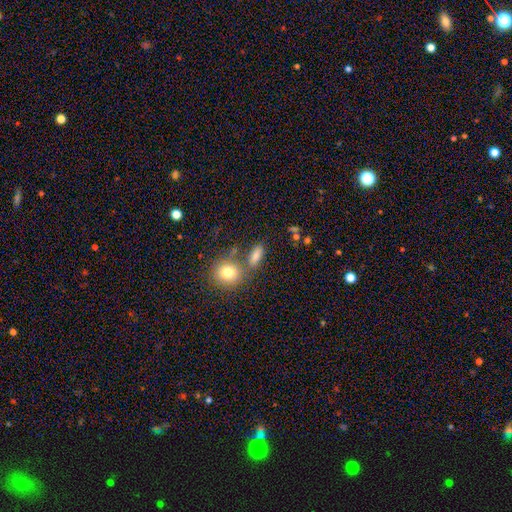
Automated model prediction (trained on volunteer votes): A smooth galaxy with no disk features (79%) that is in between round and cigar-shaped (67%).

Vote fractions:
- Smooth or featured? smooth: 79% / star or artifact: 12% / featured or disk: 9%
- How rounded? in between: 67% / round: 18% / cigar-shaped: 15%
- Merging? none: 67% / merger: 16% / minor disturbance: 12% / major disturbance: 5%